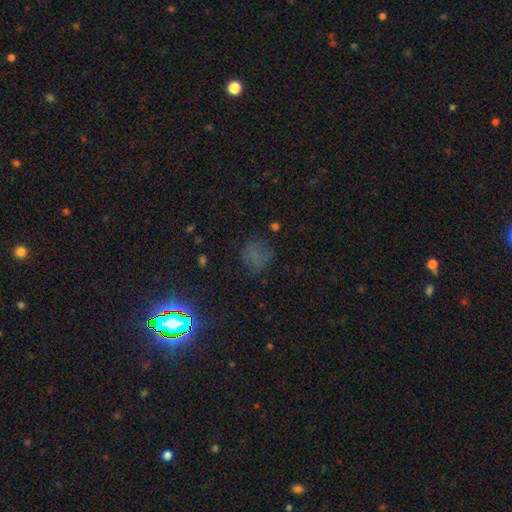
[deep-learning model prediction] Smooth or featured? smooth (55%)
How rounded? round (75%)
Merging? none (68%)